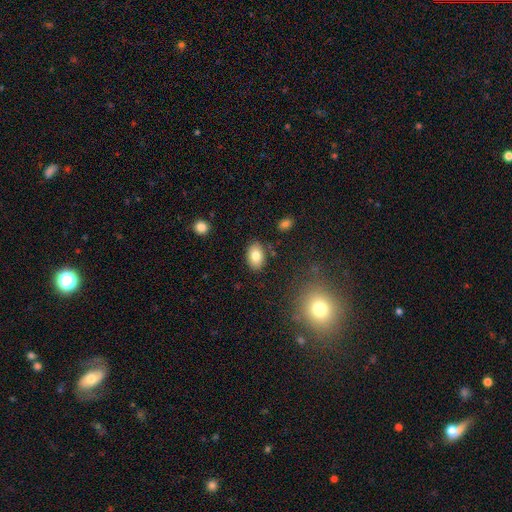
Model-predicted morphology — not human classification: The model was most divided on "smooth or featured": smooth: 80%, featured or disk: 11%, star or artifact: 8%. More confident: merging — none (85%); how rounded — in between (85%).